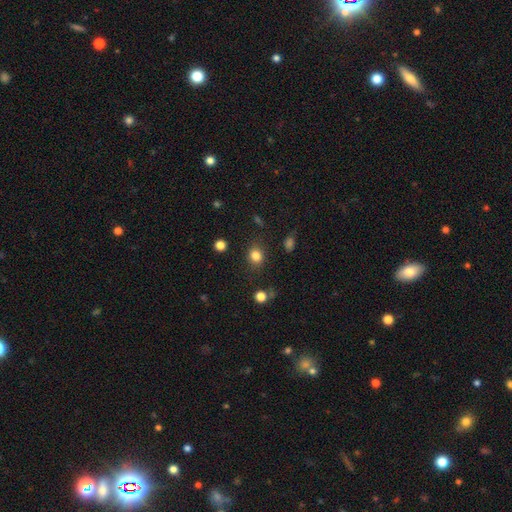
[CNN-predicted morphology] Q: Smooth or featured?
A: smooth (82%); runner-up: star or artifact (12%)
Q: How rounded?
A: round (66%); runner-up: in between (33%)
Q: Merging?
A: none (82%); runner-up: minor disturbance (11%)